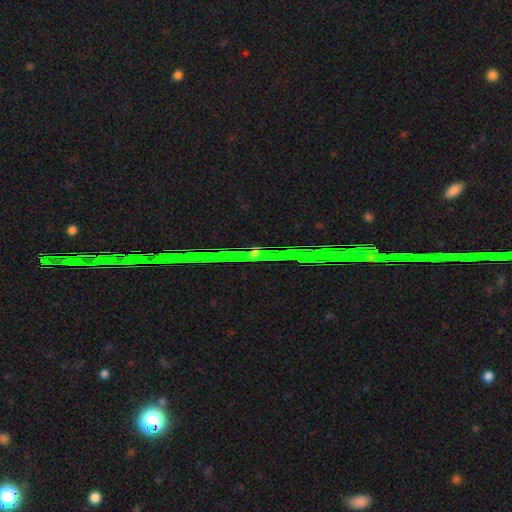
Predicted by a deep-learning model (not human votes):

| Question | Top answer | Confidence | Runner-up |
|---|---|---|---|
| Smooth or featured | star or artifact | 84% | featured or disk (9%) |